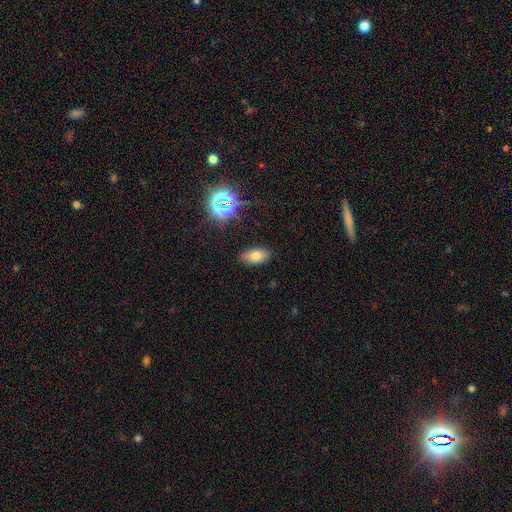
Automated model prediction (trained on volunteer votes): This appears to be a smooth galaxy with no disk features (70%) that is in between round and cigar-shaped (91%). Merging: none (86%).